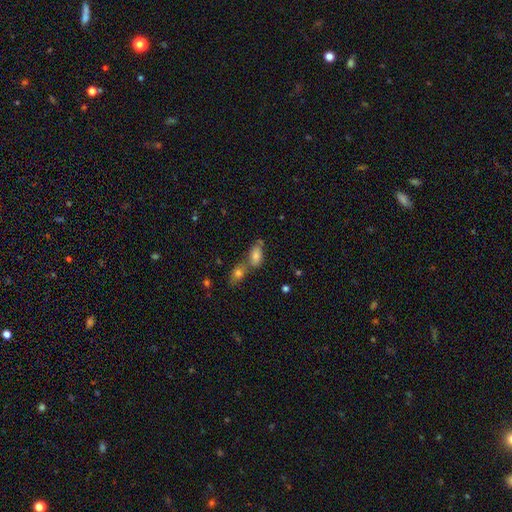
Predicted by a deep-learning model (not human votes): Smooth or featured?
  - smooth: 76% *
  - featured or disk: 13%
  - star or artifact: 11%
How rounded?
  - in between: 88% *
  - round: 7%
  - cigar-shaped: 6%
Merging?
  - merger: 47% *
  - none: 37%
  - minor disturbance: 11%
  - major disturbance: 5%